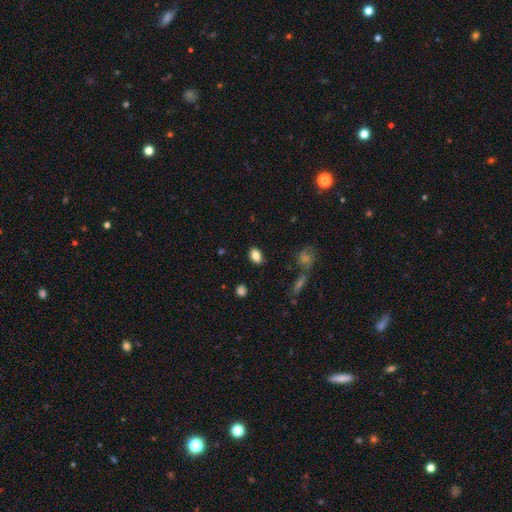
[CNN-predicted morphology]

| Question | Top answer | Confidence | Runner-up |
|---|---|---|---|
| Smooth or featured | smooth | 84% | star or artifact (9%) |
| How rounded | in between | 86% | round (11%) |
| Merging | none | 85% | minor disturbance (10%) |